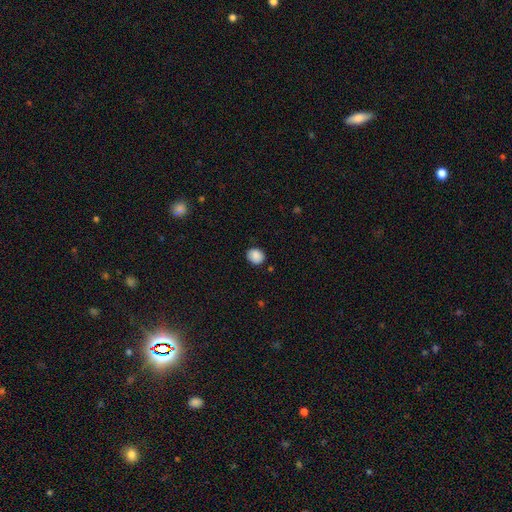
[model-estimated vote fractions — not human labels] smooth_or_featured: smooth (p=0.88) [alt: star or artifact p=0.08]
how_rounded: round (p=0.67) [alt: in between p=0.32]
merging: none (p=0.84) [alt: minor disturbance p=0.12]